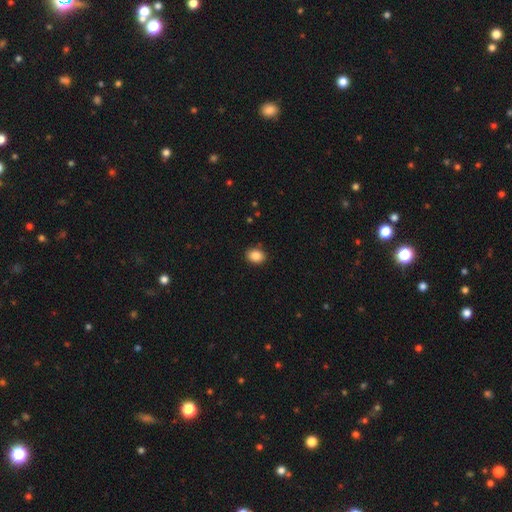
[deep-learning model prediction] Smooth or featured? Predicted: smooth (p=0.87). How rounded? Predicted: in between (p=0.56). Merging? Predicted: none (p=0.87).